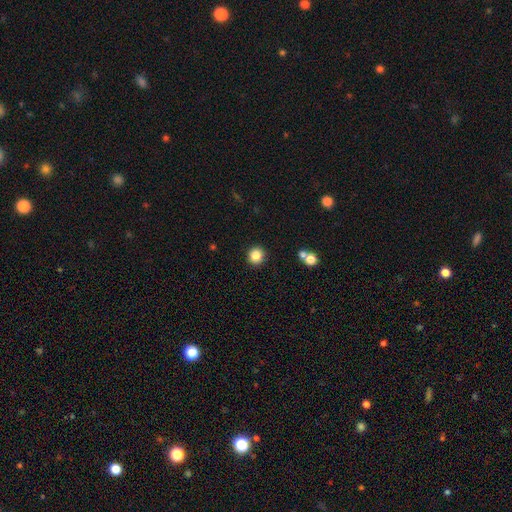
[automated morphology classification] type=smooth (85%); roundness=round (92%); merging=none (90%).